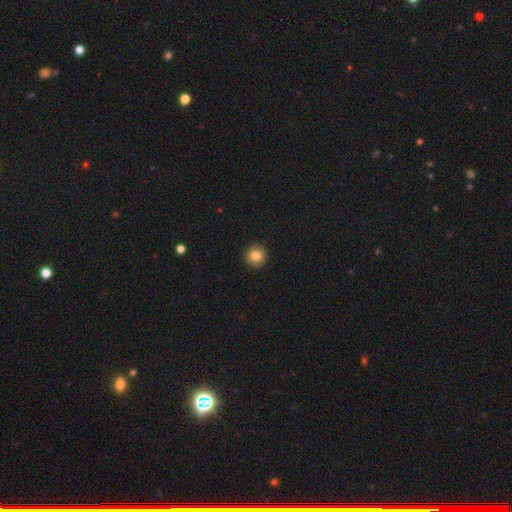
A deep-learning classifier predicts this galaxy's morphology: smooth 83%, star or artifact 9%, featured or disk 8%. Down the decision tree: how rounded — round (95%); merging — none (93%).